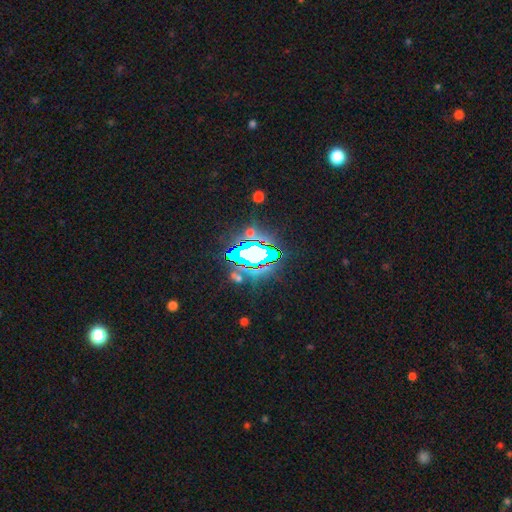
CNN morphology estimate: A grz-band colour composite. It shows a star or artifact, not a galaxy (70%).